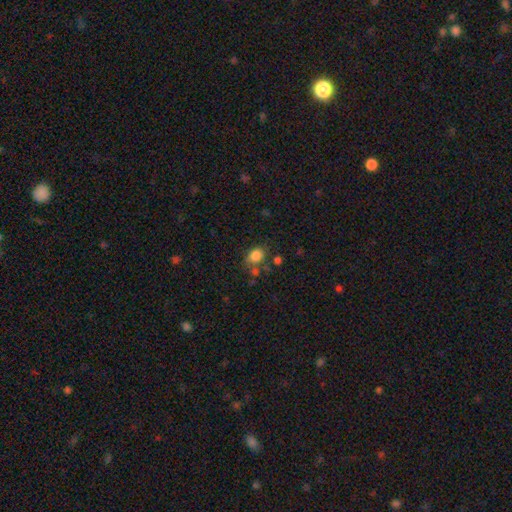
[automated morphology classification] This appears to be a smooth galaxy with no disk features (82%) that is in between round and cigar-shaped (58%). Merging: none (63%).